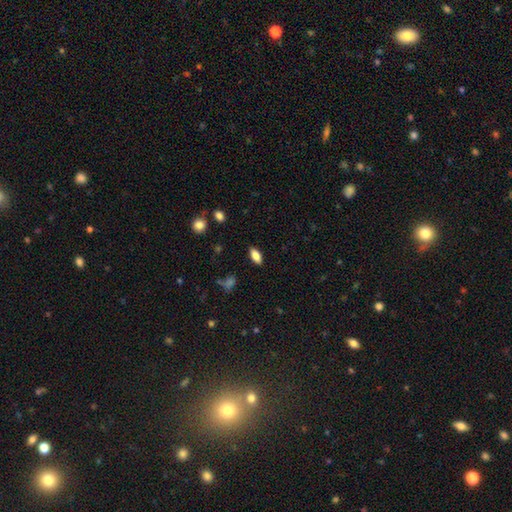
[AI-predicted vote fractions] This appears to be a smooth galaxy with no disk features (80%) that is in between round and cigar-shaped (86%). Merging: none (87%).